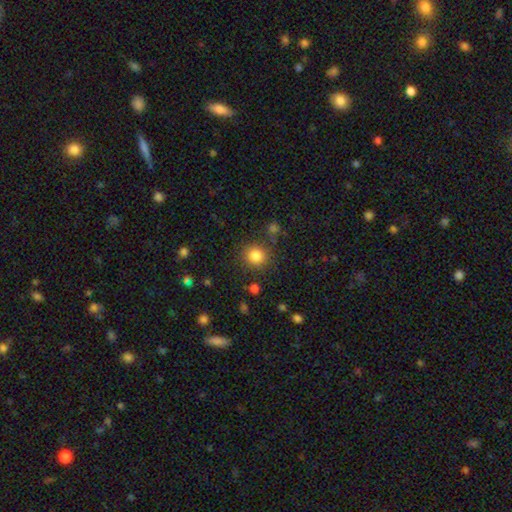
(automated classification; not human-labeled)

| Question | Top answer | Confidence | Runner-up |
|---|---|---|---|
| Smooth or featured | smooth | 84% | star or artifact (11%) |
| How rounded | round | 90% | in between (9%) |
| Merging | none | 84% | minor disturbance (9%) |